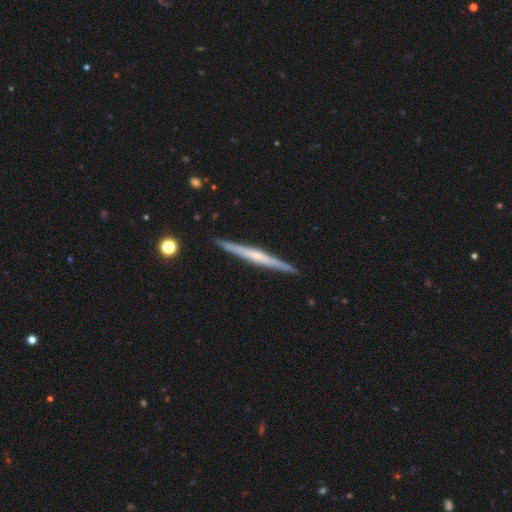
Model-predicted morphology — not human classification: Overall: featured or disk (71%). Edge-on disk: yes (98%). Edge-on bulge: rounded (51%; none 40%). Merging: none (92%).